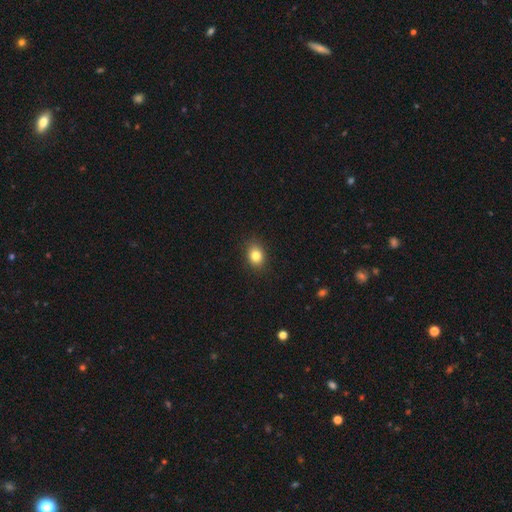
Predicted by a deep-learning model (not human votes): smooth_or_featured: smooth (p=0.83) [alt: star or artifact p=0.10]
how_rounded: in between (p=0.60) [alt: round p=0.39]
merging: none (p=0.87) [alt: minor disturbance p=0.09]